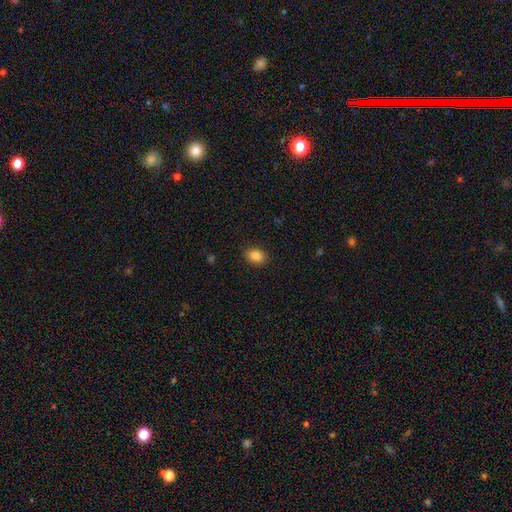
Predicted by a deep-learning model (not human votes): Smooth or featured? Predicted: smooth (p=0.86). How rounded? Predicted: in between (p=0.62). Merging? Predicted: none (p=0.89).